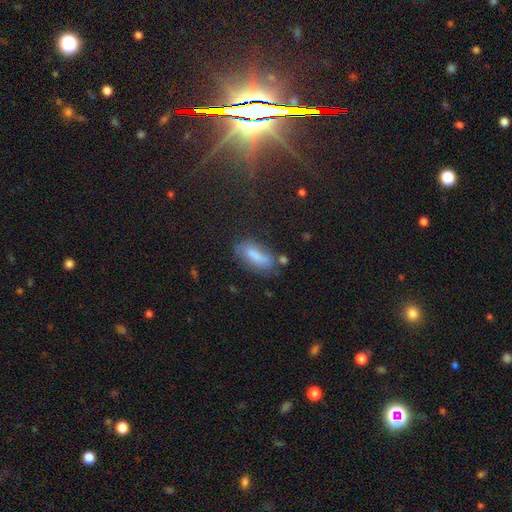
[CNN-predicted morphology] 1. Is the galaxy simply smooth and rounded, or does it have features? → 71% smooth, 18% featured or disk, 11% star or artifact.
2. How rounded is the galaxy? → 75% in between, 22% cigar-shaped, 3% round.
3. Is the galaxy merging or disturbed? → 55% none, 24% minor disturbance, 10% merger, 10% major disturbance.